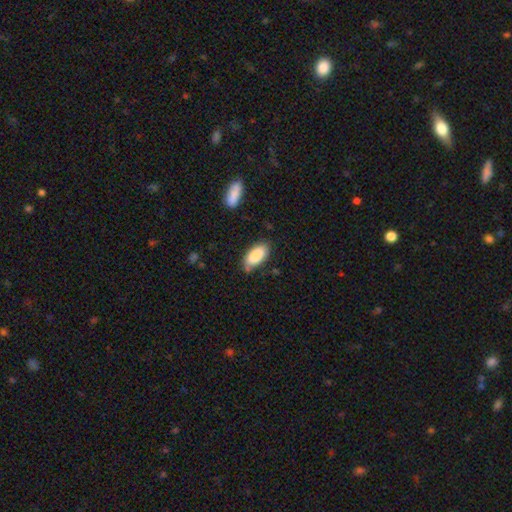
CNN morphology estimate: A smooth galaxy with no disk features (87%) that is in between round and cigar-shaped (92%). Merging: none (74%).